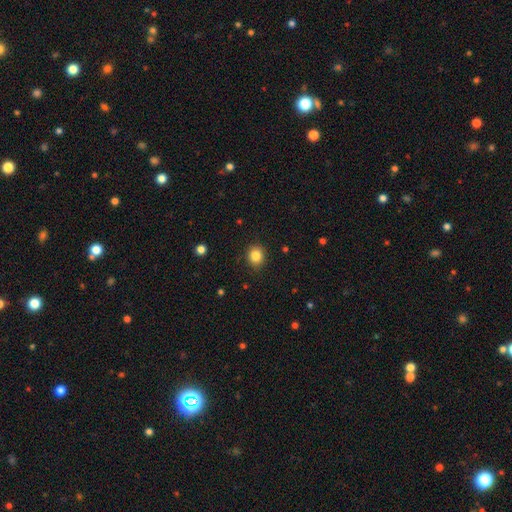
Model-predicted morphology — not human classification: The model was most divided on "how rounded": round: 76%, in between: 23%, cigar-shaped: 1%. More confident: merging — none (88%); smooth or featured — smooth (84%).